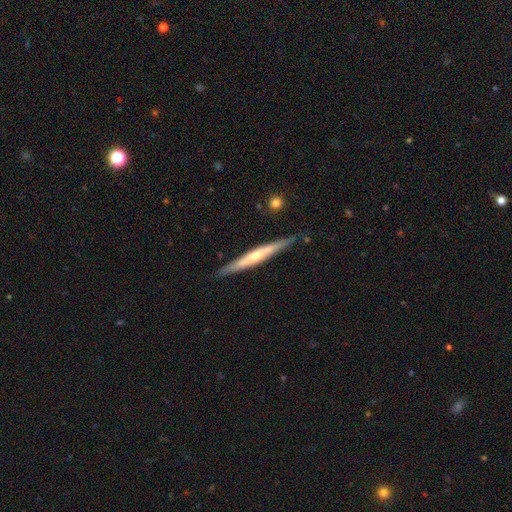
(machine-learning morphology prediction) Smooth or featured? featured or disk (74%)
Edge-on disk? yes (97%)
Edge-on bulge? rounded (73%)
Merging? none (87%)